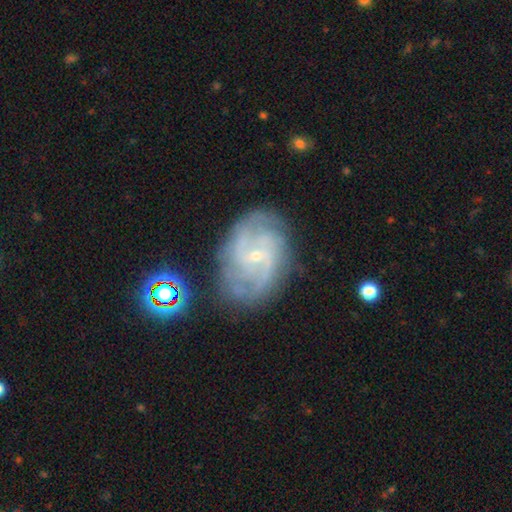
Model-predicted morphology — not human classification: featured or disk 85%, smooth 7%, star or artifact 7%. Down the decision tree: edge-on disk — no (97%); bar — no (46%); spiral arms — yes (96%); spiral arm count — 2 (36%); spiral winding — medium (45%); bulge size — small (79%); merging — none (72%).